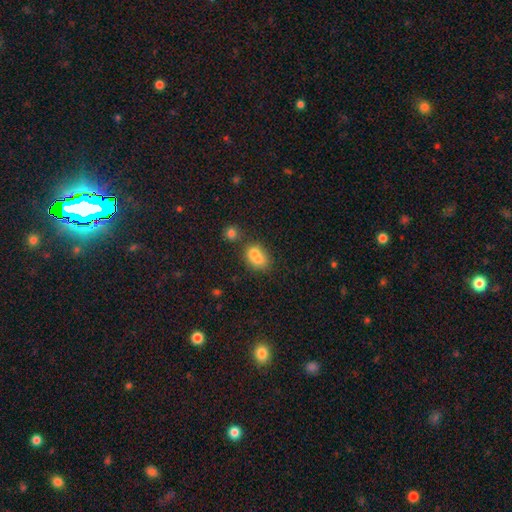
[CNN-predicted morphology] Smooth or featured: smooth — 76% (featured or disk — 14%)
How rounded: in between — 66% (round — 32%)
Merging: merger — 46% (none — 35%)